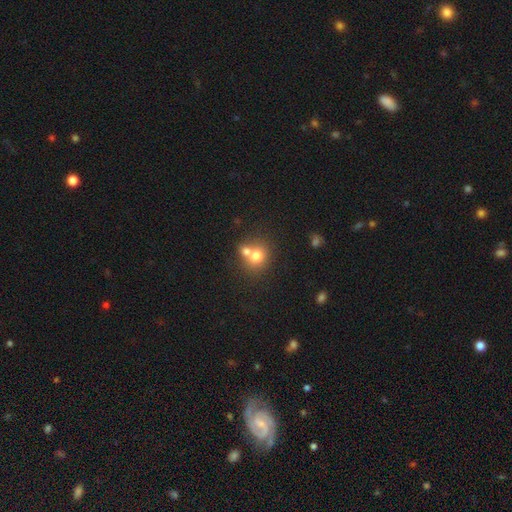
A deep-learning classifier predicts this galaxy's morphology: Q: Smooth or featured?
A: smooth (73%); runner-up: featured or disk (16%)
Q: How rounded?
A: round (74%); runner-up: in between (25%)
Q: Merging?
A: merger (52%); runner-up: none (37%)